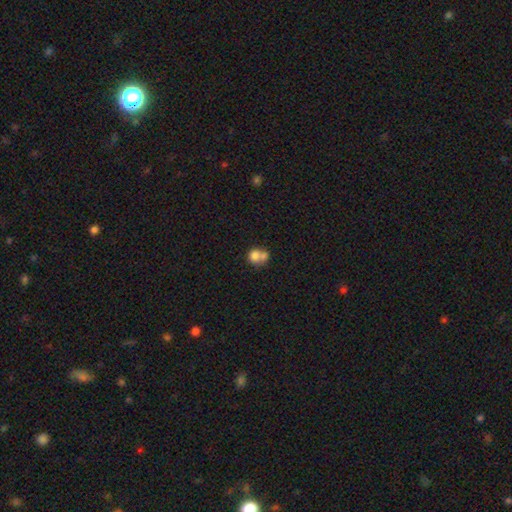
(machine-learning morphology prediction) A smooth galaxy with no disk features (75%) that is round (73%).

Vote fractions:
- Smooth or featured? smooth: 75% / featured or disk: 16% / star or artifact: 10%
- How rounded? round: 73% / in between: 26% / cigar-shaped: 1%
- Merging? merger: 59% / none: 29% / minor disturbance: 8% / major disturbance: 4%